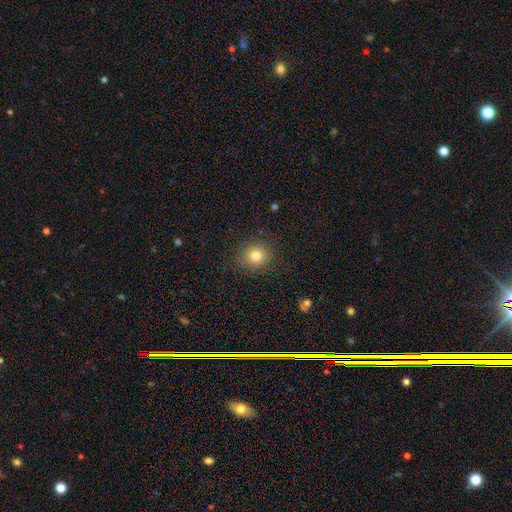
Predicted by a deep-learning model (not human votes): smooth 78%, star or artifact 13%, featured or disk 8%. Down the decision tree: how rounded — round (83%); merging — none (88%).